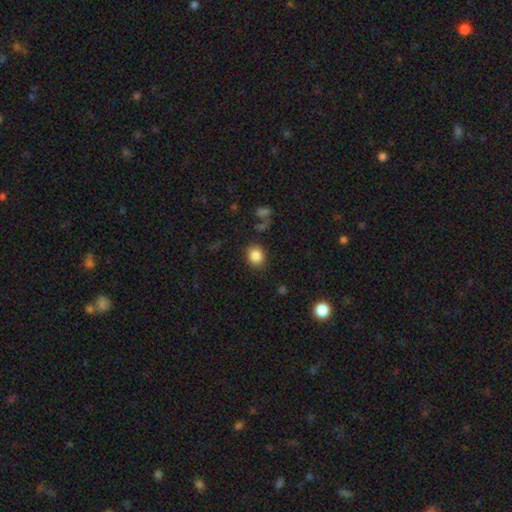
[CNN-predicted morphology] A smooth galaxy with no disk features (86%) that is round (68%). Merging: none (83%).